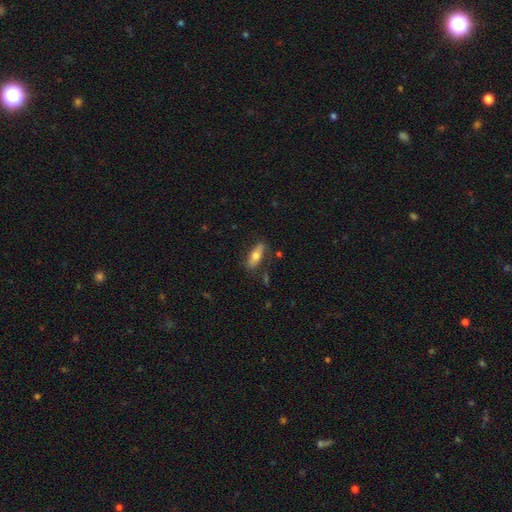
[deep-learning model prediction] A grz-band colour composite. It shows a smooth galaxy with no disk features (66%) that is in between round and cigar-shaped (61%). Merging: none (78%).